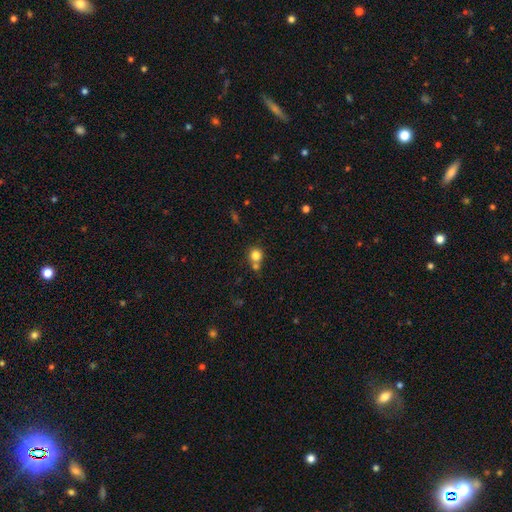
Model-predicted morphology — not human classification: smooth_or_featured: smooth (p=0.80) [alt: star or artifact p=0.12]
how_rounded: round (p=0.89) [alt: in between p=0.10]
merging: none (p=0.54) [alt: merger p=0.34]